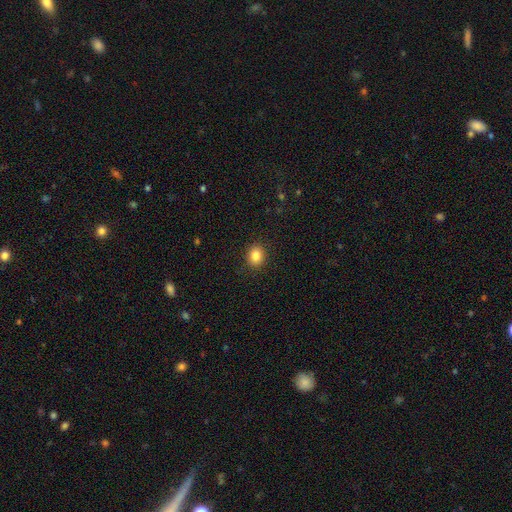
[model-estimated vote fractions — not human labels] A smooth galaxy with no disk features (84%) that is round (60%).

Vote fractions:
- Smooth or featured? smooth: 84% / star or artifact: 10% / featured or disk: 5%
- How rounded? round: 60% / in between: 39% / cigar-shaped: 1%
- Merging? none: 89% / minor disturbance: 8% / major disturbance: 2% / merger: 1%